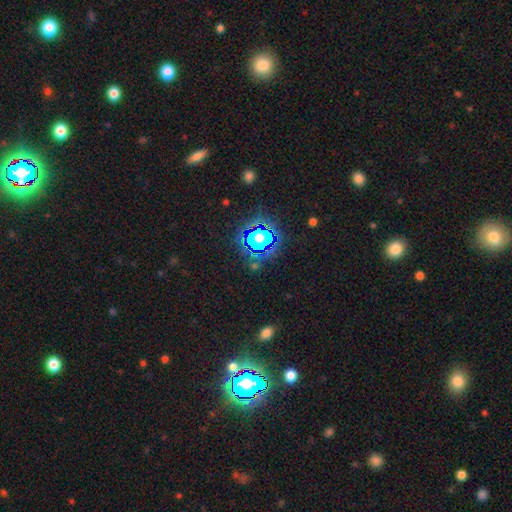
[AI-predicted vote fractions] The model was most divided on "smooth or featured": star or artifact: 78%, smooth: 14%, featured or disk: 7%.